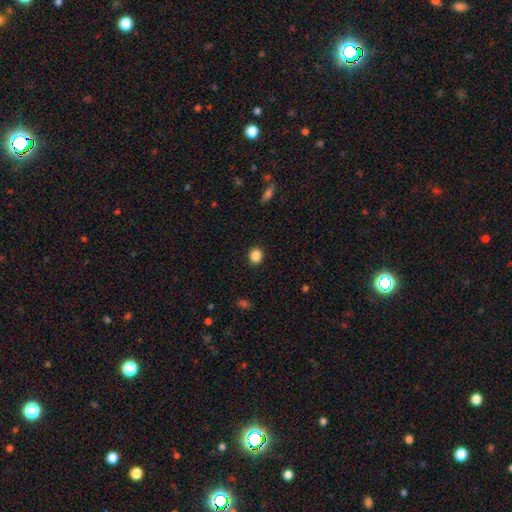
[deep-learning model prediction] smooth-or-featured: smooth: 87% | star or artifact: 10% | featured or disk: 3%
  how-rounded: round: 83% | in between: 16% | cigar-shaped: 1%
  merging: none: 91% | minor disturbance: 6% | major disturbance: 2% | merger: 1%